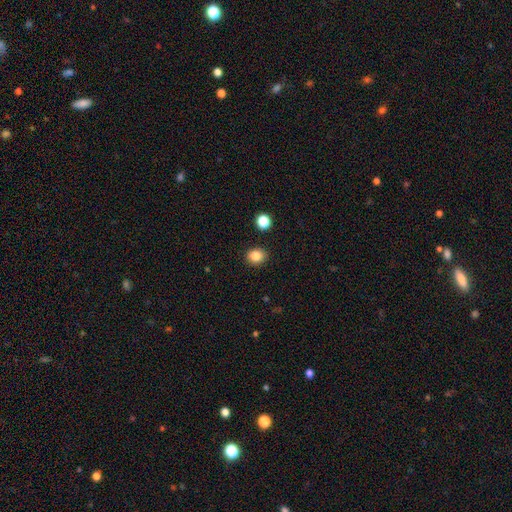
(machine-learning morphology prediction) This is clearly a smooth galaxy (85%). How rounded: likely round (64%). Merging: clearly none (89%).